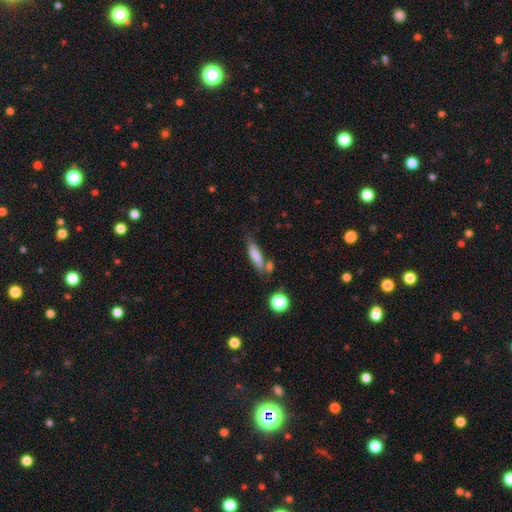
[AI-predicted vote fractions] Smooth or featured? Predicted: smooth (p=0.77). How rounded? Predicted: cigar-shaped (p=0.55). Merging? Predicted: none (p=0.55).